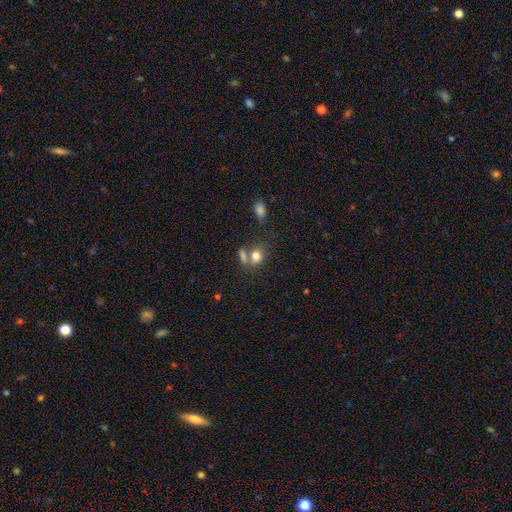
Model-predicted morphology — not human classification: smooth-or-featured: smooth: 78% | star or artifact: 12% | featured or disk: 11%
  how-rounded: in between: 51% | round: 47% | cigar-shaped: 2%
  merging: none: 45% | merger: 35% | minor disturbance: 13% | major disturbance: 7%